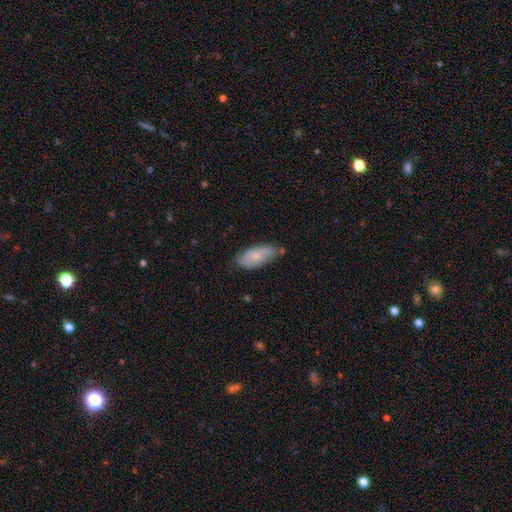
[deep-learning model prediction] smooth-or-featured: smooth: 62% | featured or disk: 31% | star or artifact: 7%
  how-rounded: in between: 86% | cigar-shaped: 11% | round: 3%
  merging: none: 59% | minor disturbance: 30% | major disturbance: 6% | merger: 5%